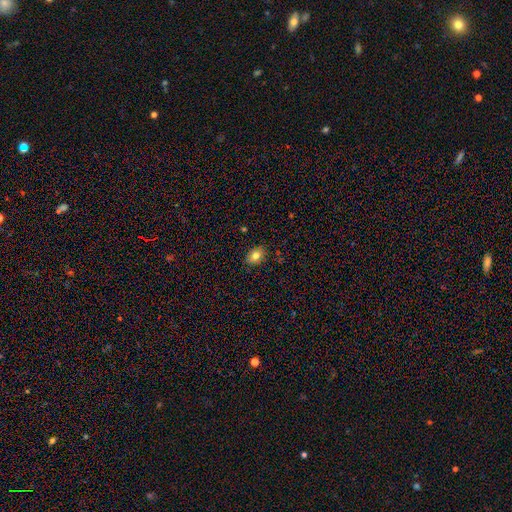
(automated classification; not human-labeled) Smooth or featured? smooth (79%)
How rounded? in between (69%)
Merging? none (85%)